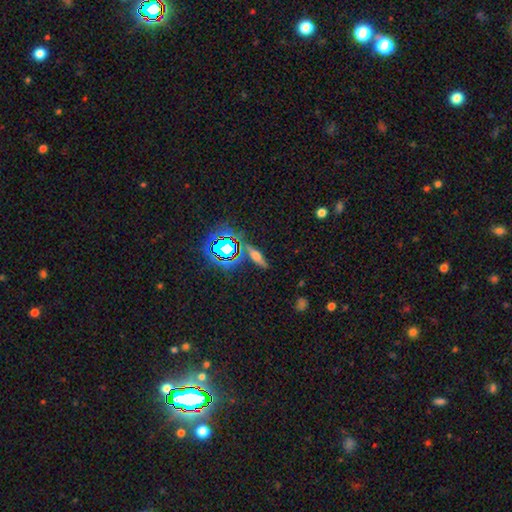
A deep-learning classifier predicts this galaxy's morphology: type=smooth (41%); merging=none (78%).